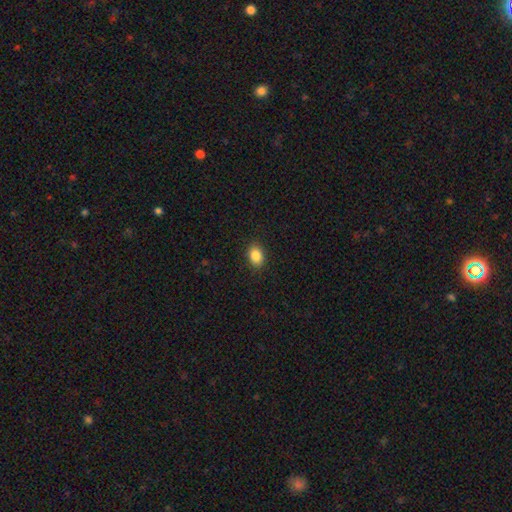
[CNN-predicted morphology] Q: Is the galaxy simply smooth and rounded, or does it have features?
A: smooth — 87%.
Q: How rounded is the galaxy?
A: in between — 71%.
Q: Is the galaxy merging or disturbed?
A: none — 89%.